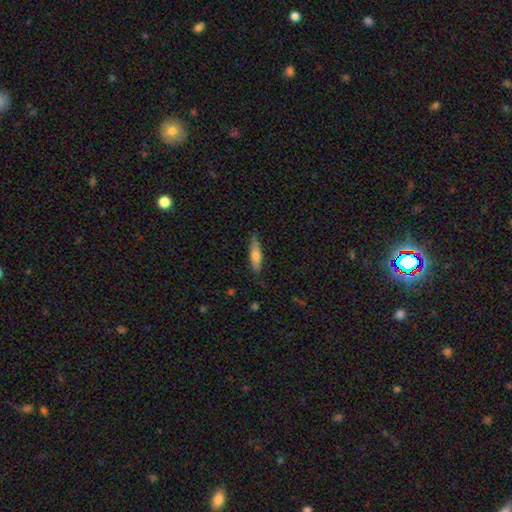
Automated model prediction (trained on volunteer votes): Q: Smooth or featured?
A: smooth (66%); runner-up: featured or disk (28%)
Q: How rounded?
A: cigar-shaped (65%); runner-up: in between (33%)
Q: Merging?
A: none (81%); runner-up: minor disturbance (15%)